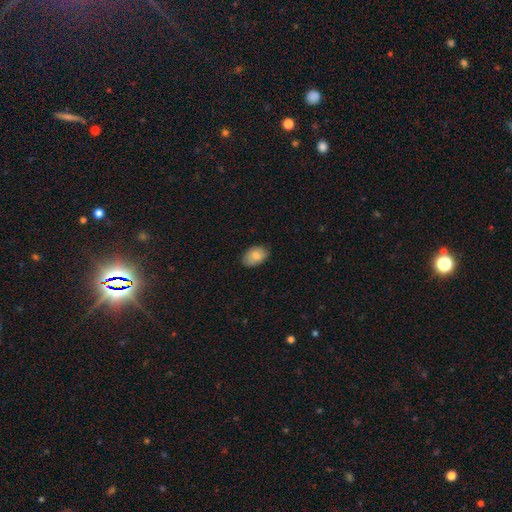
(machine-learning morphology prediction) smooth_or_featured: smooth (p=0.80) [alt: featured or disk p=0.13]
how_rounded: in between (p=0.88) [alt: round p=0.11]
merging: none (p=0.81) [alt: minor disturbance p=0.16]